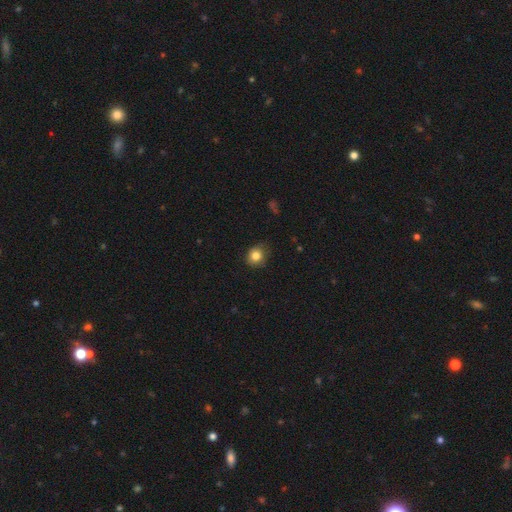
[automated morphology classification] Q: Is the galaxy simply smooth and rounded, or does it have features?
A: smooth — 83%.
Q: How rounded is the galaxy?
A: round — 77%.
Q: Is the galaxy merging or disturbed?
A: none — 77%.